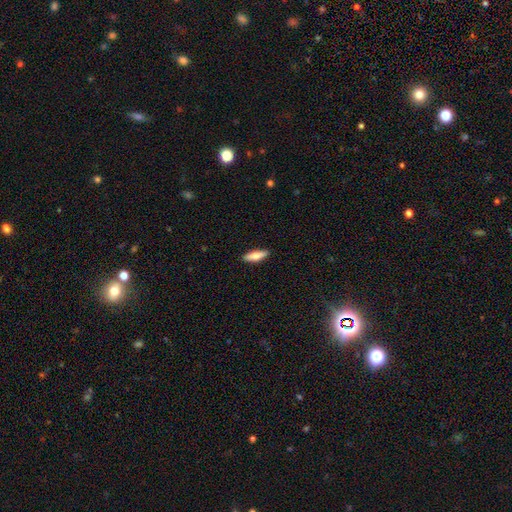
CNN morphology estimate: Overall: smooth (74%). How rounded: cigar-shaped (50%; in between 48%). Merging: none (89%).